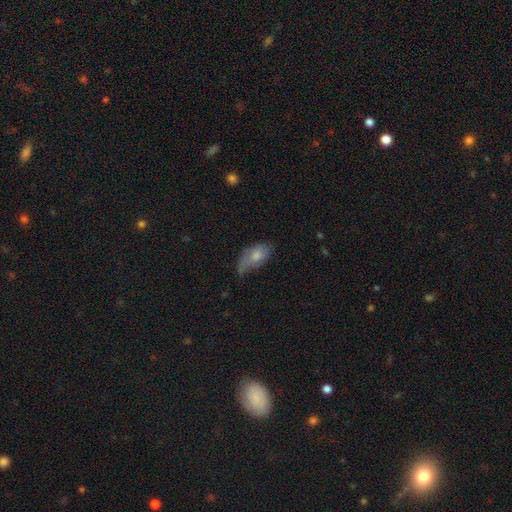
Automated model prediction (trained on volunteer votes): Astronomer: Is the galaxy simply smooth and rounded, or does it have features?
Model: smooth — 71%.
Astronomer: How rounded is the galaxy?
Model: in between — 90%.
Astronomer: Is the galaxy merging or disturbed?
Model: minor disturbance — 41% (runner-up: none, 37%).